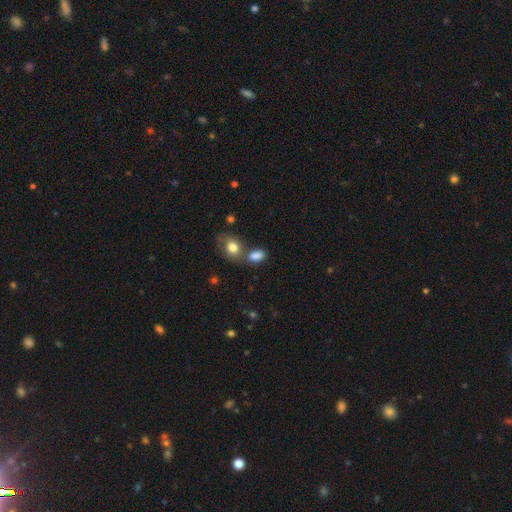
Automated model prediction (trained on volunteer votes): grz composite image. It shows a smooth galaxy with no disk features (83%) that is in between round and cigar-shaped (82%). Merging: none (49%).